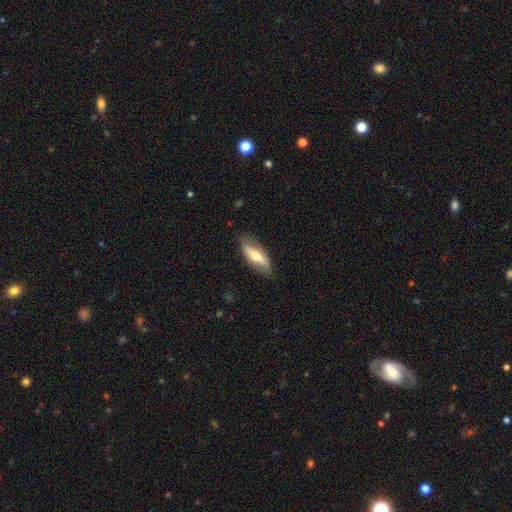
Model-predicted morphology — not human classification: The model was most divided on "smooth or featured" (2-way tie): smooth: 47%, featured or disk: 47%, star or artifact: 6%. More confident: merging — none (81%).